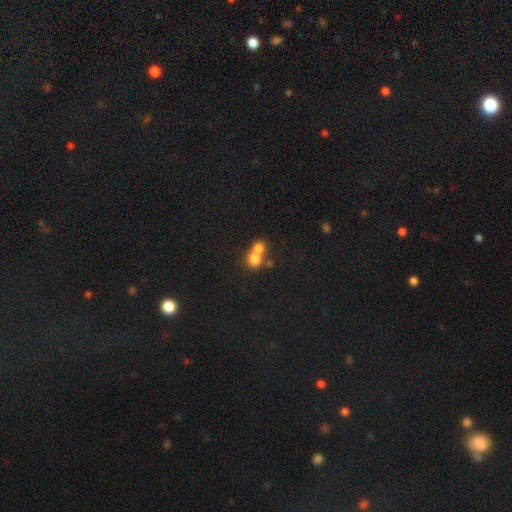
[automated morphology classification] A smooth galaxy with no disk features (76%) that is round (80%). Merging: merger (65%).